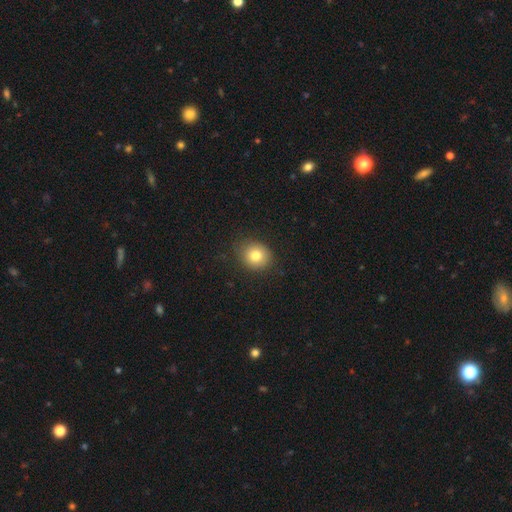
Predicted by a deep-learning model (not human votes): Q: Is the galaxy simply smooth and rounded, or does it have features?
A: smooth — 80%.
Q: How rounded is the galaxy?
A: round — 74%.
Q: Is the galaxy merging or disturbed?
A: none — 85%.